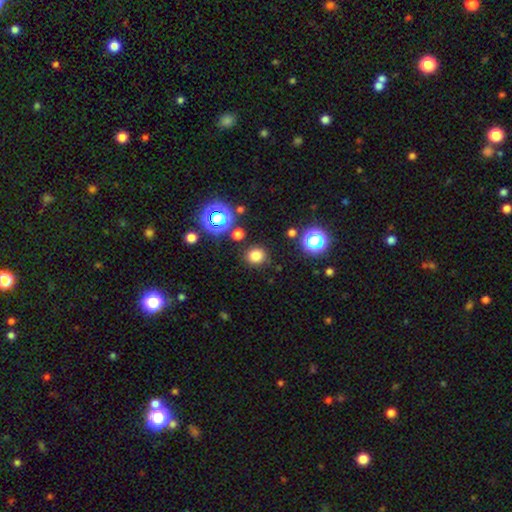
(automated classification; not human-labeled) The model was most divided on "smooth or featured": smooth: 78%, star or artifact: 17%, featured or disk: 5%. More confident: merging — none (87%); how rounded — round (86%).